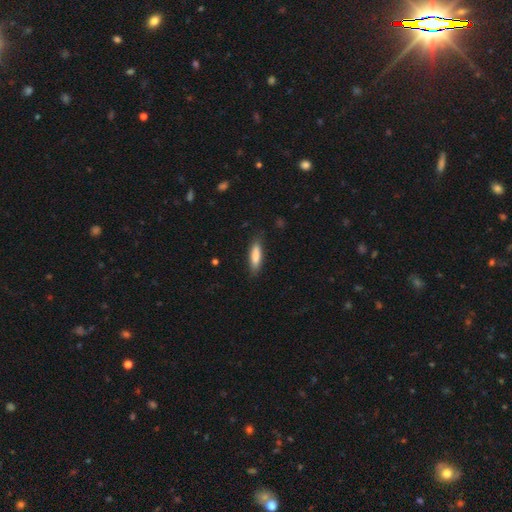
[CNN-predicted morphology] Overall: smooth (83%). How rounded: cigar-shaped (62%; in between 36%). Merging: none (82%).